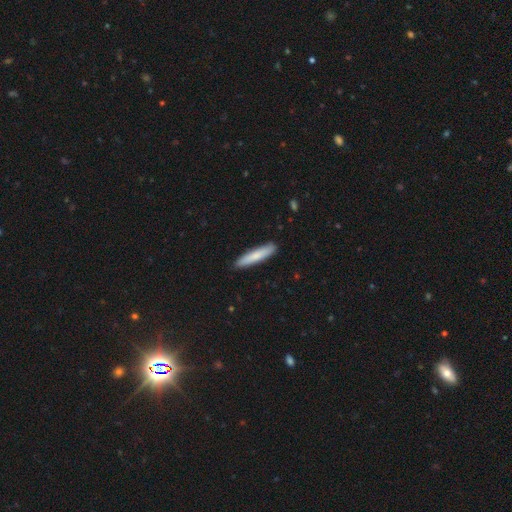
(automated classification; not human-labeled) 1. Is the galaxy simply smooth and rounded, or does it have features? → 77% smooth, 18% featured or disk, 5% star or artifact.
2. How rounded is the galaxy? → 88% cigar-shaped, 11% in between, 1% round.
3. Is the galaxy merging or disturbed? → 90% none, 8% minor disturbance, 1% major disturbance, 1% merger.